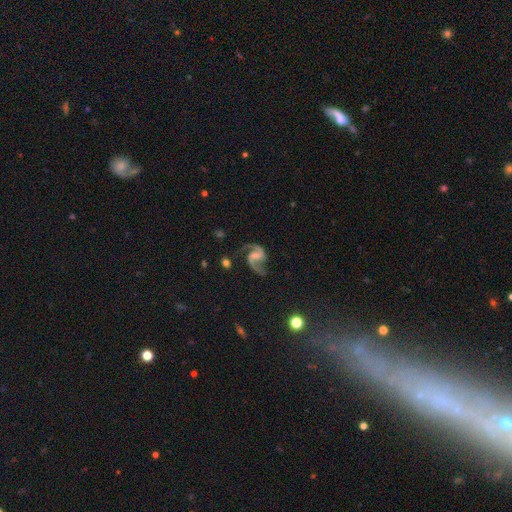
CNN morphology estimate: The model was most divided on "bulge size": small: 37%, none: 34%, moderate: 24%, large: 4%, dominant: 1%. More confident: edge-on disk — no (98%); spiral arms — yes (98%); spiral arm count — 2 (94%); smooth or featured — featured or disk (91%); merging — none (73%); spiral winding — medium (50%); bar — weak (50%).